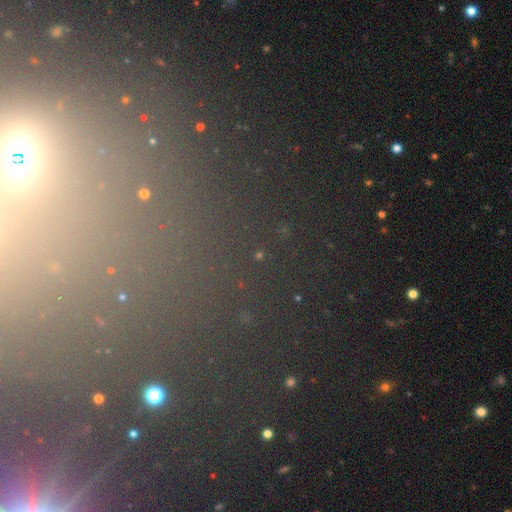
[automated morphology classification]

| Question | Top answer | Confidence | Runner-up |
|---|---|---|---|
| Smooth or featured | star or artifact | 75% | smooth (16%) |